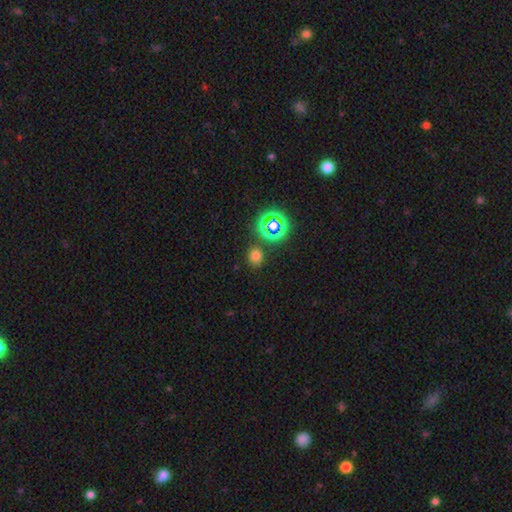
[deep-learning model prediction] Smooth or featured?
  - smooth: 68% *
  - star or artifact: 26%
  - featured or disk: 6%
How rounded?
  - round: 80% *
  - in between: 19%
  - cigar-shaped: 1%
Merging?
  - none: 83% *
  - minor disturbance: 9%
  - merger: 5%
  - major disturbance: 3%